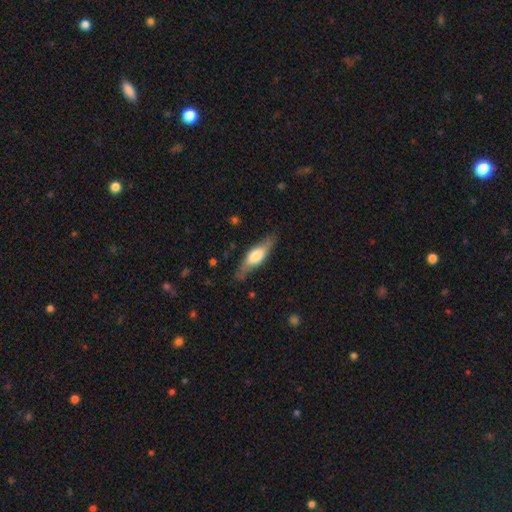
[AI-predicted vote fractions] Smooth or featured? Predicted: smooth (p=0.55). How rounded? Predicted: in between (p=0.49, tied with cigar-shaped). Merging? Predicted: none (p=0.78).